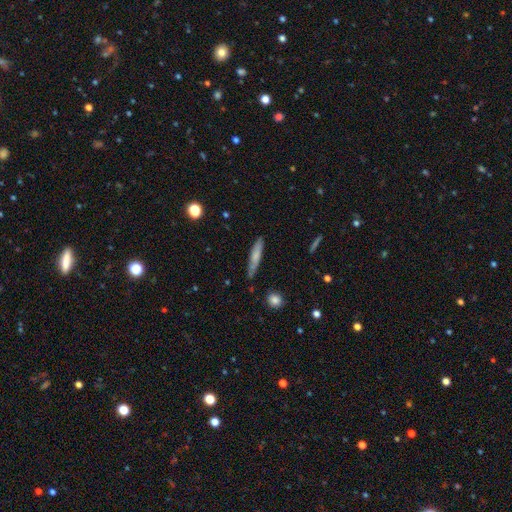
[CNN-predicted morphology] Smooth or featured: smooth — 67% (featured or disk — 26%)
How rounded: cigar-shaped — 88% (in between — 10%)
Merging: none — 78% (minor disturbance — 16%)